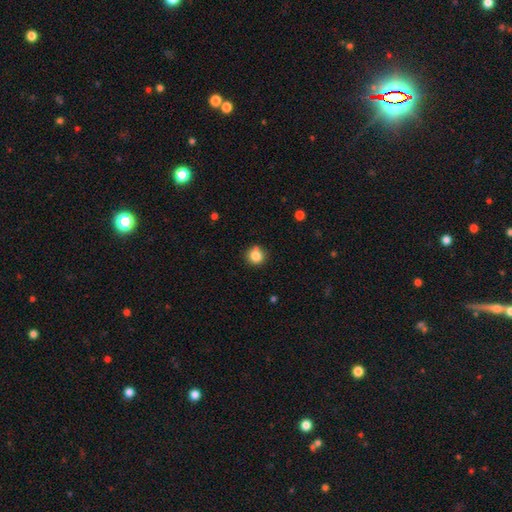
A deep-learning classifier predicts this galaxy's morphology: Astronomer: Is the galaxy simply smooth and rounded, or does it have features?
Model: smooth — 83%.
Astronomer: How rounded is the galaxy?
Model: round — 90%.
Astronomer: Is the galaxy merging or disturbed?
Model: none — 79%.